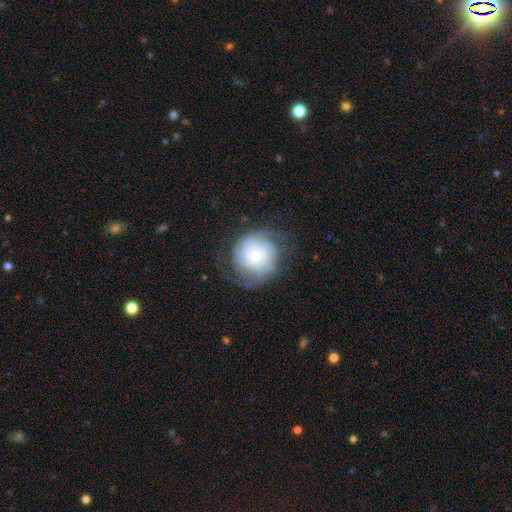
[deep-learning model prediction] This is likely a featured or disk galaxy (74%). It is clearly not viewed edge-on (98%). Bar: likely no (80%). Spiral arm pattern: clearly yes (92%). Spiral arm count: marginally can't tell (35%). Spiral winding: likely tight (68%). Central bulge: likely small (67%). Merging: likely none (68%).